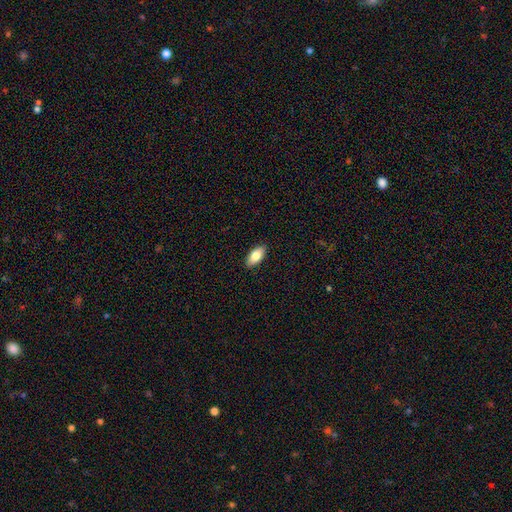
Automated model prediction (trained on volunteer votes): Overall: smooth (82%). How rounded: in between (91%). Merging: none (89%).